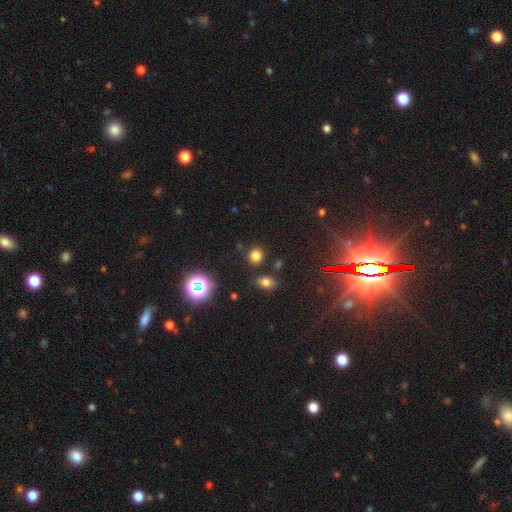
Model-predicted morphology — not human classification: type=smooth (75%); roundness=round (81%); merging=none (84%).